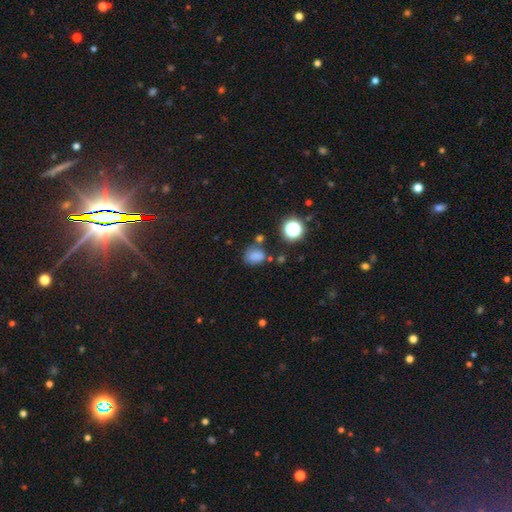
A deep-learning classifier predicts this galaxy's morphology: Smooth or featured?
  - smooth: 75% *
  - star or artifact: 17%
  - featured or disk: 8%
How rounded?
  - in between: 54% *
  - round: 45%
  - cigar-shaped: 1%
Merging?
  - none: 58% *
  - minor disturbance: 22%
  - merger: 11%
  - major disturbance: 8%